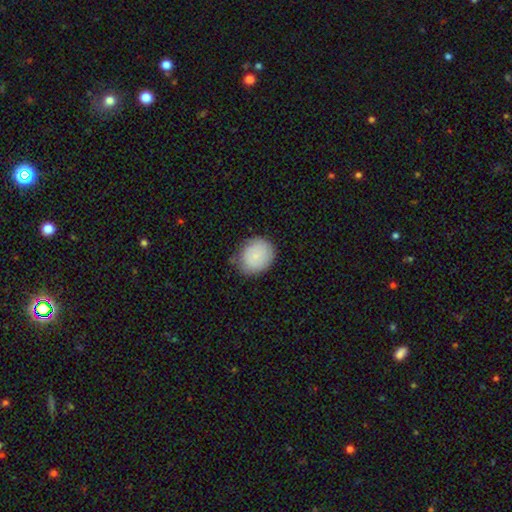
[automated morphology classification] type=smooth (81%); roundness=round (76%); merging=none (72%).